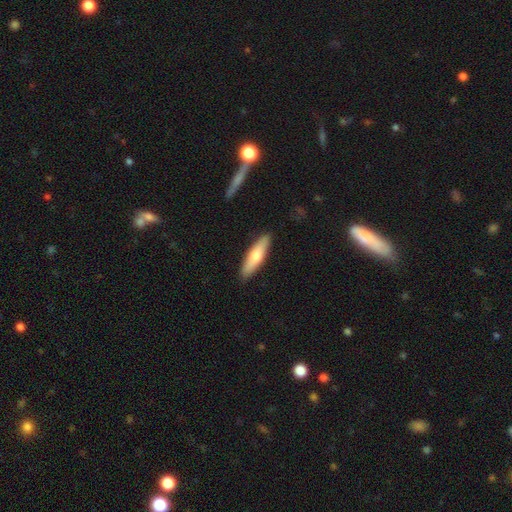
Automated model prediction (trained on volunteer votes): Smooth or featured? smooth (64%)
How rounded? cigar-shaped (68%)
Merging? none (89%)